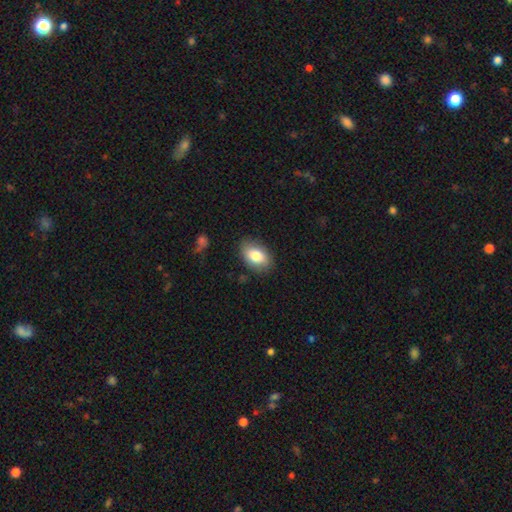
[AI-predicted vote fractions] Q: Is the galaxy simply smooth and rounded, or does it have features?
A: smooth — 82%.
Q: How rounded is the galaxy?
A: in between — 90%.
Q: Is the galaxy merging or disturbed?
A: none — 83%.